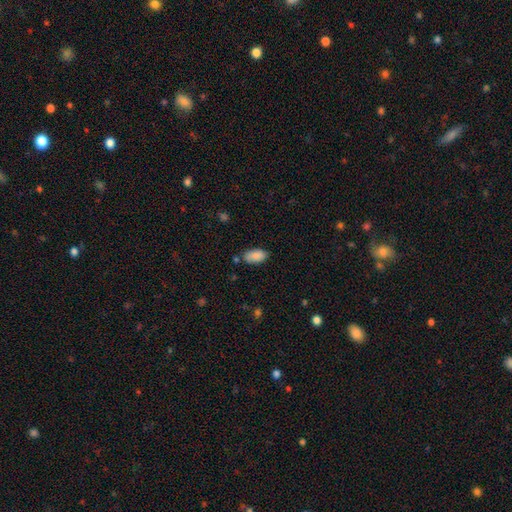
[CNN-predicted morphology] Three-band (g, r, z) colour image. It shows a smooth galaxy with no disk features (88%) that is in between round and cigar-shaped (94%). Merging: none (76%).